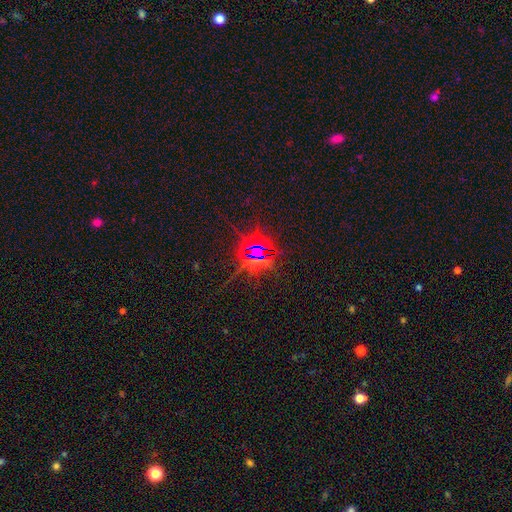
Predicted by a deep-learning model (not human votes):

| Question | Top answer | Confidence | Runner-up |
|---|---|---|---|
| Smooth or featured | star or artifact | 83% | featured or disk (9%) |